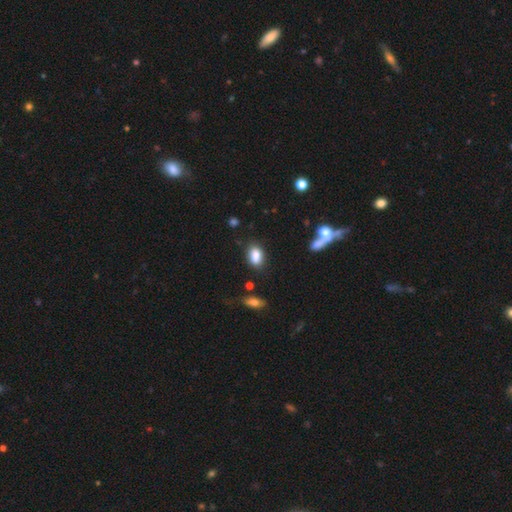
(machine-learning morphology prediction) smooth-or-featured: smooth: 85% | star or artifact: 8% | featured or disk: 6%
  how-rounded: in between: 87% | round: 11% | cigar-shaped: 2%
  merging: none: 73% | minor disturbance: 17% | merger: 6% | major disturbance: 4%